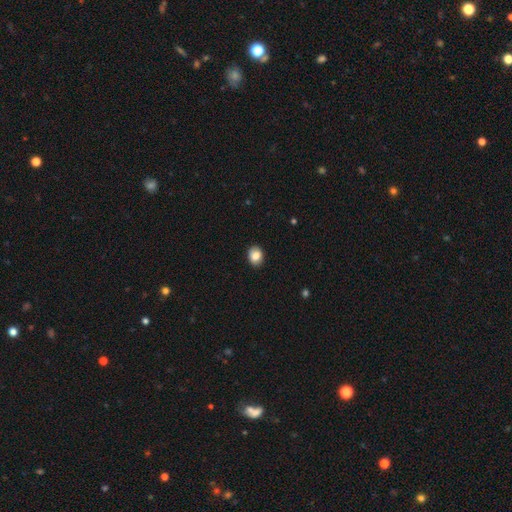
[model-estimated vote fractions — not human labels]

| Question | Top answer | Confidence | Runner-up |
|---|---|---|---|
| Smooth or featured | smooth | 84% | star or artifact (8%) |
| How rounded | in between | 50% | round (49%) |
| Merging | none | 90% | minor disturbance (7%) |